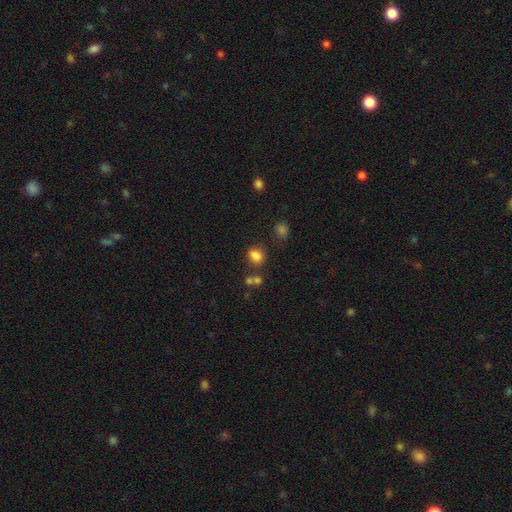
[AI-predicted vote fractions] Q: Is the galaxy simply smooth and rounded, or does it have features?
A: smooth — 79%.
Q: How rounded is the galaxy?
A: in between — 57%.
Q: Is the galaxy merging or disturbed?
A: none — 63%.